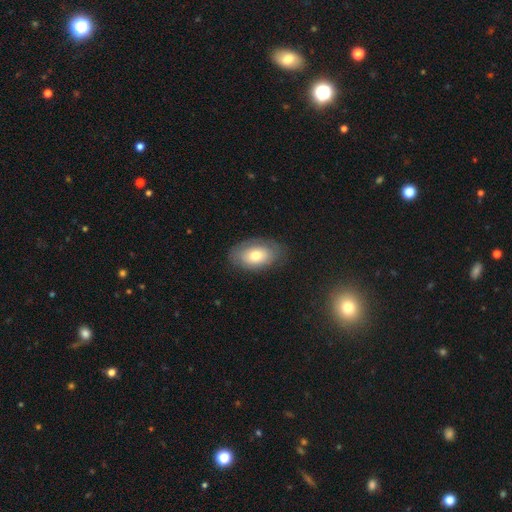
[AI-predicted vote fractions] Smooth or featured? Predicted: smooth (p=0.67). How rounded? Predicted: in between (p=0.89). Merging? Predicted: none (p=0.77).